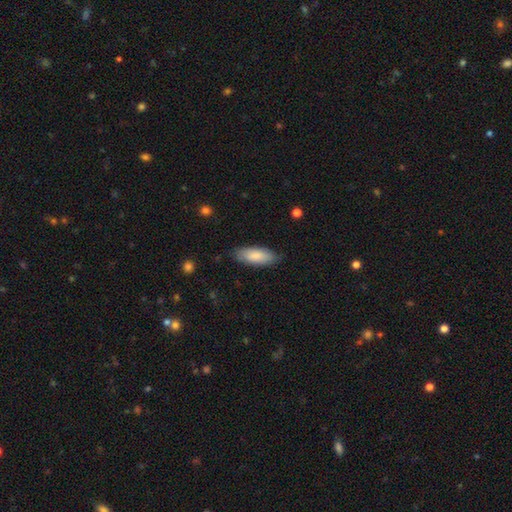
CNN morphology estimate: A smooth galaxy with no disk features (83%) that is in between round and cigar-shaped (75%). Merging: none (82%).